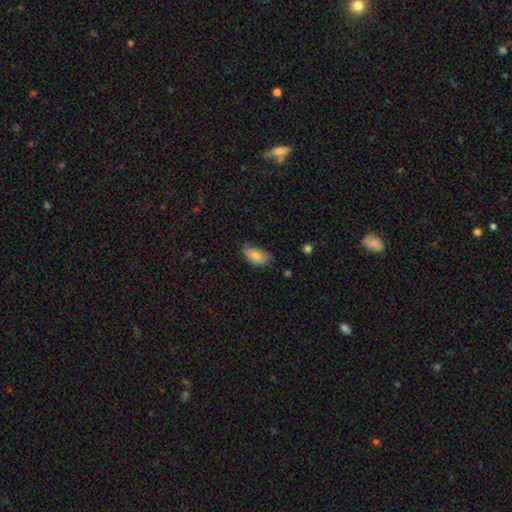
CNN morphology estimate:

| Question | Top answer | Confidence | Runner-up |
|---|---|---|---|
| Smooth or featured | smooth | 81% | featured or disk (12%) |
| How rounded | in between | 93% | round (5%) |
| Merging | none | 57% | minor disturbance (35%) |